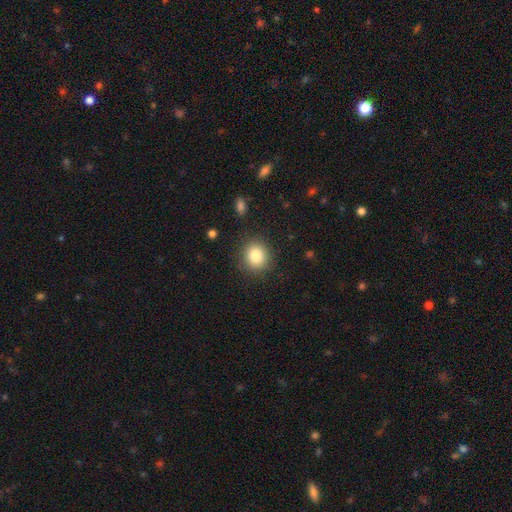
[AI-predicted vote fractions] A smooth galaxy with no disk features (82%) that is round (85%).

Vote fractions:
- Smooth or featured? smooth: 82% / star or artifact: 10% / featured or disk: 7%
- How rounded? round: 85% / in between: 14% / cigar-shaped: 1%
- Merging? none: 88% / minor disturbance: 8% / major disturbance: 3% / merger: 1%